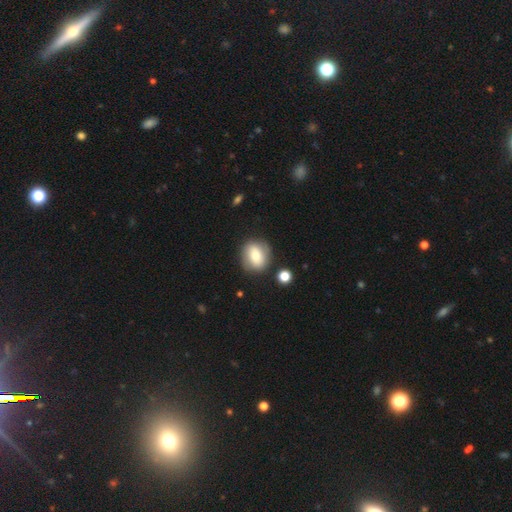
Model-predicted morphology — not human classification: smooth_or_featured: smooth (p=0.67) [alt: featured or disk p=0.25]
how_rounded: round (p=0.65) [alt: in between p=0.34]
merging: none (p=0.80) [alt: minor disturbance p=0.12]